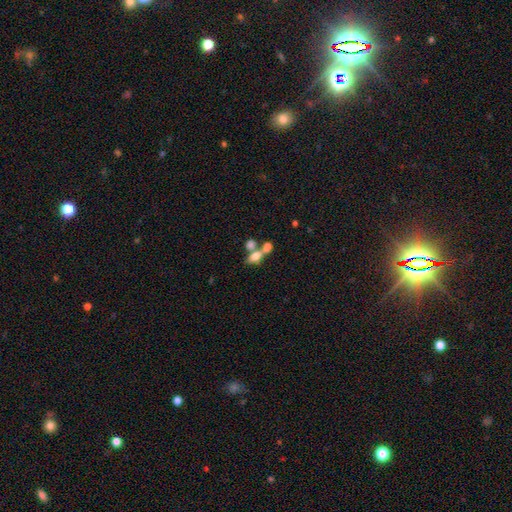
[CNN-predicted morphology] smooth_or_featured: smooth (p=0.63) [alt: featured or disk p=0.26]
how_rounded: in between (p=0.68) [alt: round p=0.18]
merging: merger (p=0.51) [alt: none p=0.32]